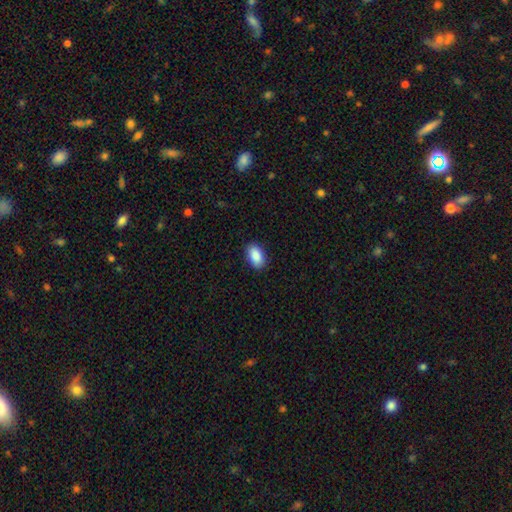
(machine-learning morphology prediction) Overall: smooth (90%). How rounded: in between (93%). Merging: none (89%).